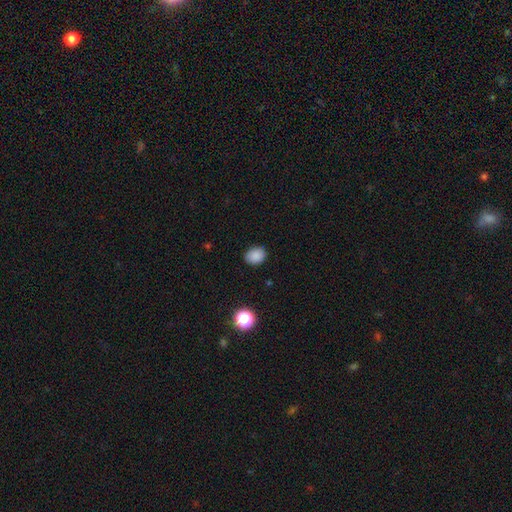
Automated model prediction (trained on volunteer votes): Smooth or featured: smooth — 86% (star or artifact — 10%)
How rounded: in between — 51% (round — 48%)
Merging: none — 85% (minor disturbance — 11%)